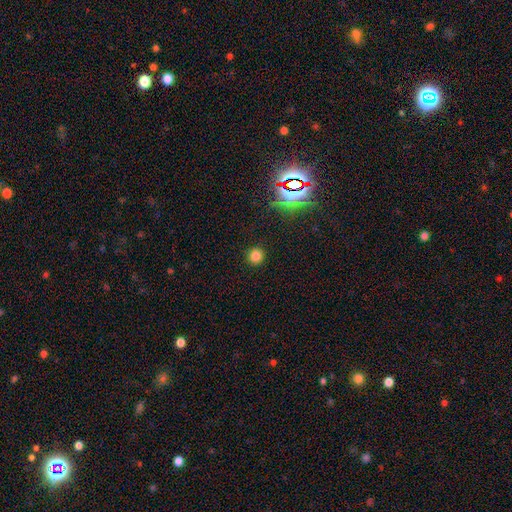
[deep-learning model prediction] Smooth or featured: smooth — 79% (star or artifact — 17%)
How rounded: round — 94% (in between — 5%)
Merging: none — 91% (minor disturbance — 5%)